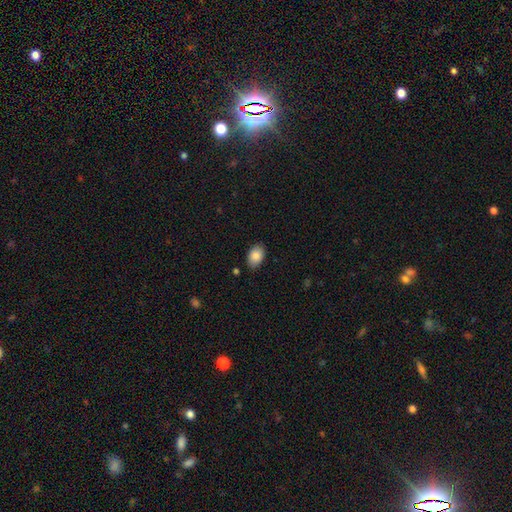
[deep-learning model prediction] A smooth galaxy with no disk features (87%) that is in between round and cigar-shaped (90%).

Vote fractions:
- Smooth or featured? smooth: 87% / star or artifact: 7% / featured or disk: 6%
- How rounded? in between: 90% / round: 9% / cigar-shaped: 1%
- Merging? none: 85% / minor disturbance: 12% / major disturbance: 2% / merger: 1%